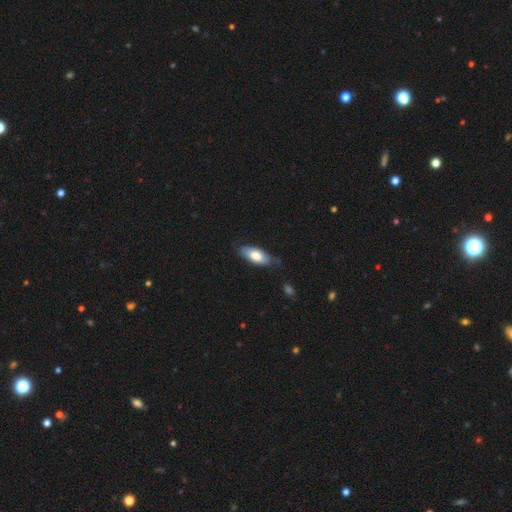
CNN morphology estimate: smooth_or_featured: smooth (p=0.75) [alt: featured or disk p=0.20]
how_rounded: in between (p=0.84) [alt: cigar-shaped p=0.14]
merging: none (p=0.69) [alt: minor disturbance p=0.24]